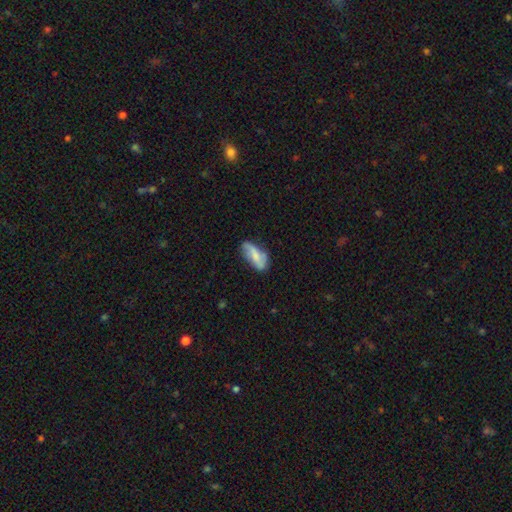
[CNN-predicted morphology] A smooth galaxy with no disk features (51%) that is in between round and cigar-shaped (85%).

Vote fractions:
- Smooth or featured? smooth: 51% / featured or disk: 41% / star or artifact: 7%
- How rounded? in between: 85% / cigar-shaped: 12% / round: 3%
- Merging? none: 57% / minor disturbance: 30% / major disturbance: 10% / merger: 3%